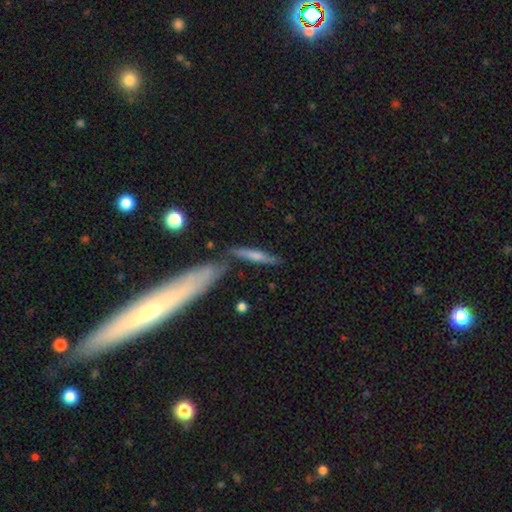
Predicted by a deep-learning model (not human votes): smooth_or_featured: smooth (p=0.56) [alt: featured or disk p=0.37]
how_rounded: cigar-shaped (p=0.88) [alt: in between p=0.09]
merging: none (p=0.65) [alt: merger p=0.15]